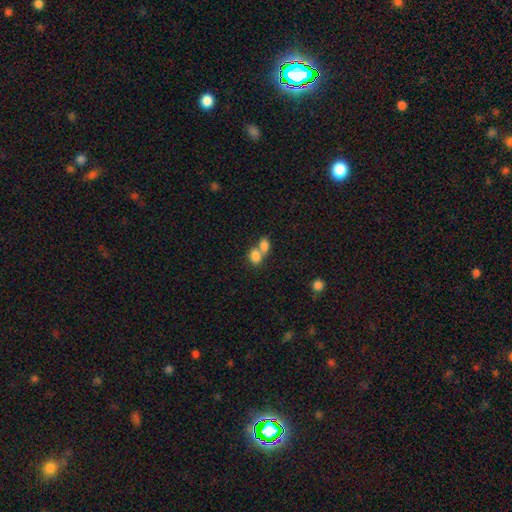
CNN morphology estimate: smooth-or-featured: smooth: 81% | featured or disk: 10% | star or artifact: 9%
  how-rounded: in between: 64% | round: 35% | cigar-shaped: 2%
  merging: merger: 67% | none: 24% | minor disturbance: 6% | major disturbance: 3%